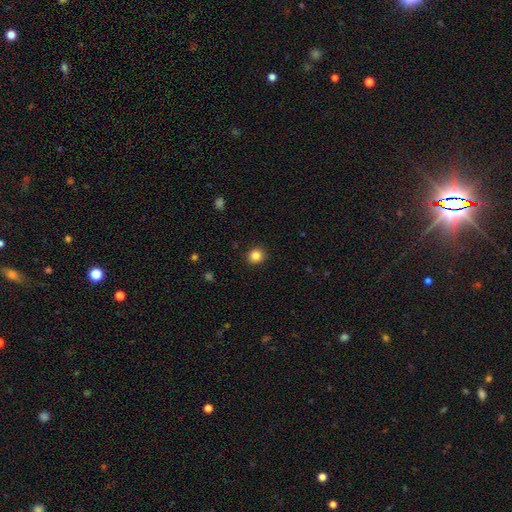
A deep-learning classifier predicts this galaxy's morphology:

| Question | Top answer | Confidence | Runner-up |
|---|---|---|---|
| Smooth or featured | smooth | 85% | star or artifact (11%) |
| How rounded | round | 88% | in between (11%) |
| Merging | none | 91% | minor disturbance (6%) |